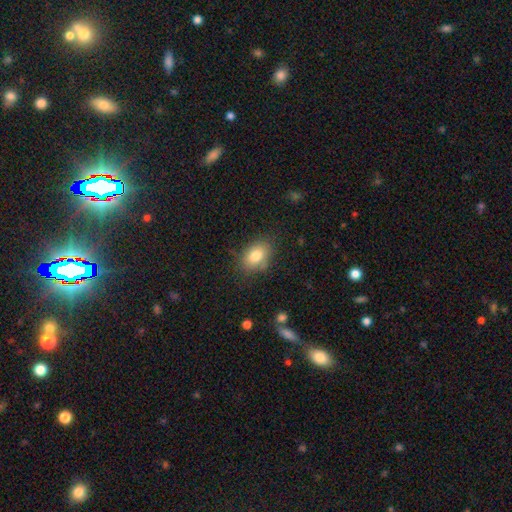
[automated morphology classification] Smooth or featured?
  - smooth: 82% *
  - featured or disk: 10%
  - star or artifact: 8%
How rounded?
  - in between: 81% *
  - round: 18%
  - cigar-shaped: 1%
Merging?
  - none: 77% *
  - minor disturbance: 17%
  - major disturbance: 4%
  - merger: 2%